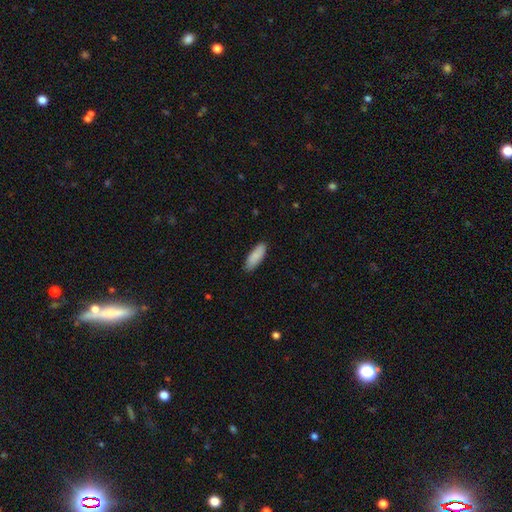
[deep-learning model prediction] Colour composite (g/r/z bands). It shows a smooth galaxy with no disk features (88%) that is in between round and cigar-shaped (65%). Merging: none (86%).